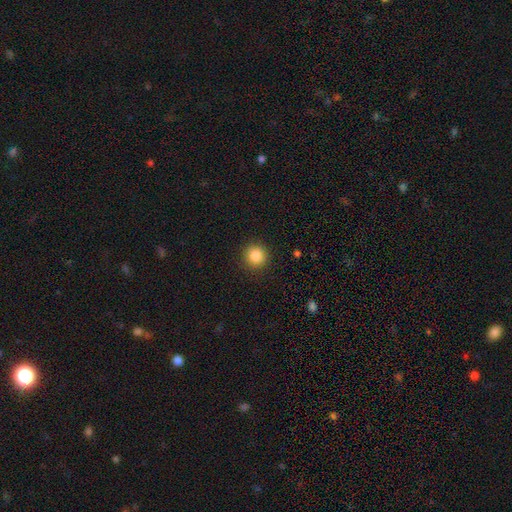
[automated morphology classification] Smooth or featured? smooth (85%)
How rounded? round (93%)
Merging? none (91%)